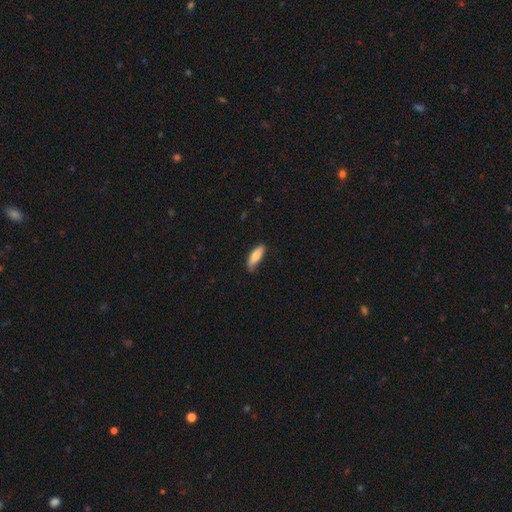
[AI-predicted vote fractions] smooth-or-featured: smooth: 81% | featured or disk: 13% | star or artifact: 6%
  how-rounded: in between: 54% | cigar-shaped: 45% | round: 2%
  merging: none: 65% | minor disturbance: 28% | major disturbance: 5% | merger: 2%